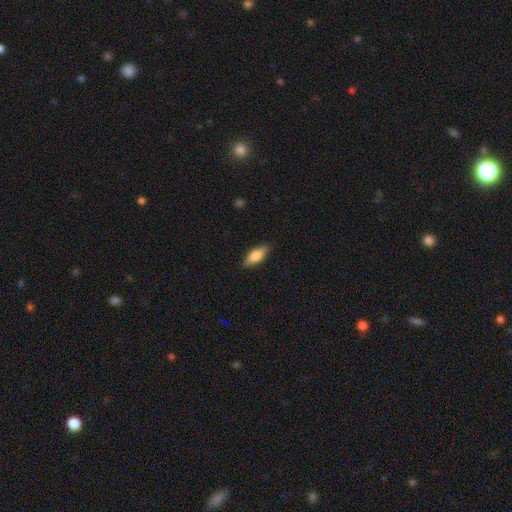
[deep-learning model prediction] Smooth or featured? smooth (77%)
How rounded? in between (71%)
Merging? none (87%)